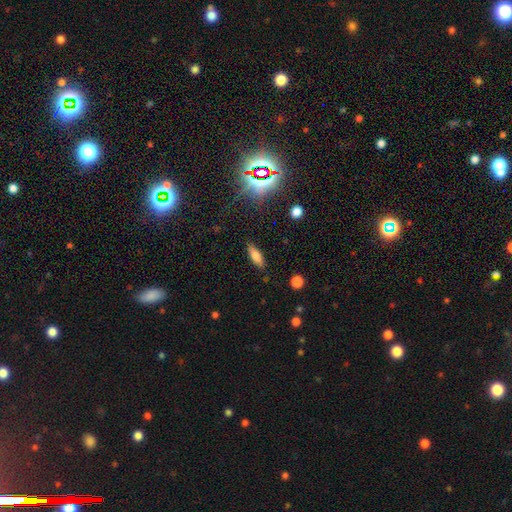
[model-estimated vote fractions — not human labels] smooth_or_featured: smooth (p=0.74) [alt: featured or disk p=0.15]
how_rounded: in between (p=0.61) [alt: cigar-shaped p=0.36]
merging: none (p=0.86) [alt: minor disturbance p=0.10]